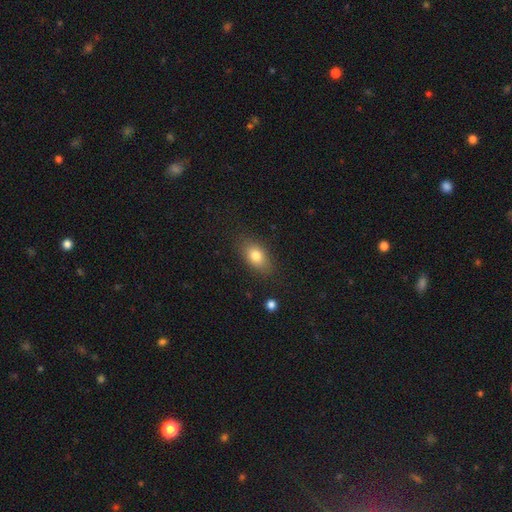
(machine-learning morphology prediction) smooth_or_featured: smooth (p=0.79) [alt: featured or disk p=0.12]
how_rounded: in between (p=0.83) [alt: round p=0.13]
merging: none (p=0.83) [alt: minor disturbance p=0.12]